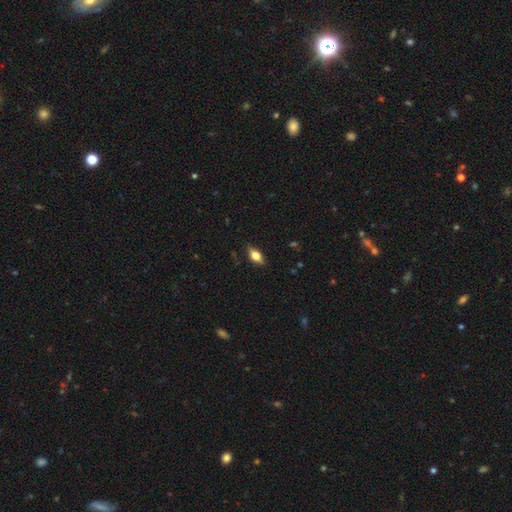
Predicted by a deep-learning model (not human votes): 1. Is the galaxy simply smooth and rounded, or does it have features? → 62% smooth, 30% featured or disk, 8% star or artifact.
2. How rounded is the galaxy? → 81% in between, 13% cigar-shaped, 6% round.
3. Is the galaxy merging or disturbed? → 84% none, 13% minor disturbance, 3% major disturbance, 1% merger.